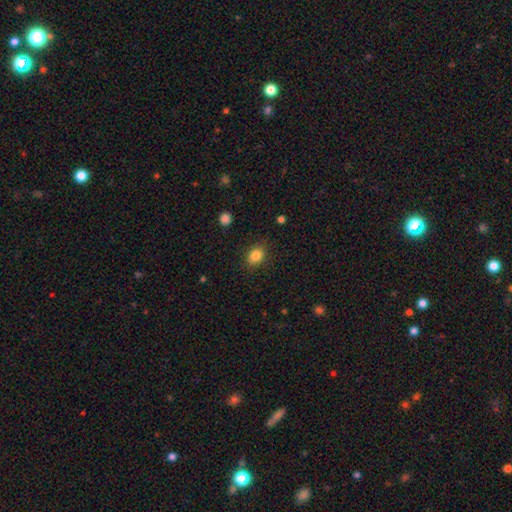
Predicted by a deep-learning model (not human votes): Q: Smooth or featured?
A: smooth (84%); runner-up: star or artifact (10%)
Q: How rounded?
A: in between (67%); runner-up: round (31%)
Q: Merging?
A: none (85%); runner-up: minor disturbance (11%)